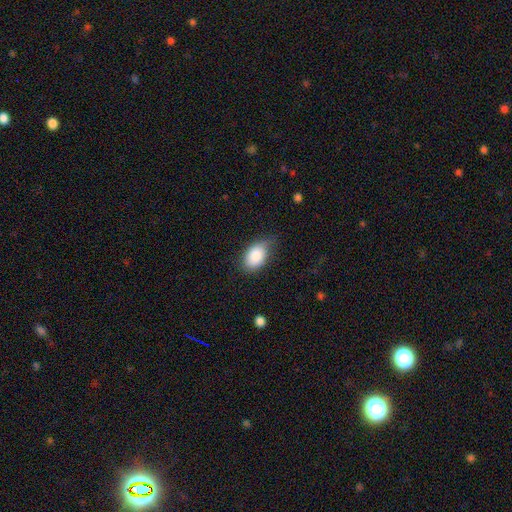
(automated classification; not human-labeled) smooth 86%, featured or disk 7%, star or artifact 7%. Down the decision tree: how rounded — in between (90%); merging — none (66%).